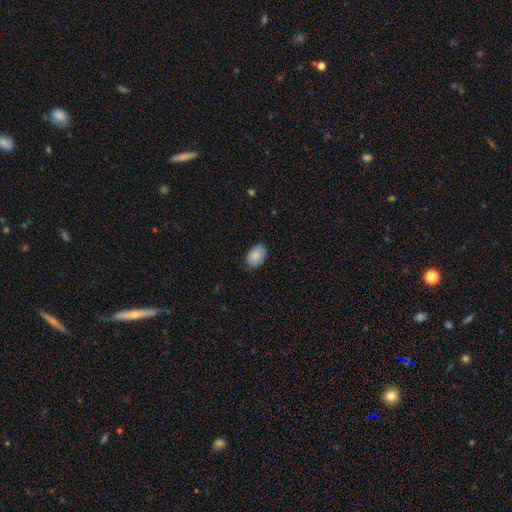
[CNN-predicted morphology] smooth_or_featured: smooth (p=0.84) [alt: featured or disk p=0.09]
how_rounded: in between (p=0.87) [alt: round p=0.12]
merging: none (p=0.84) [alt: minor disturbance p=0.13]